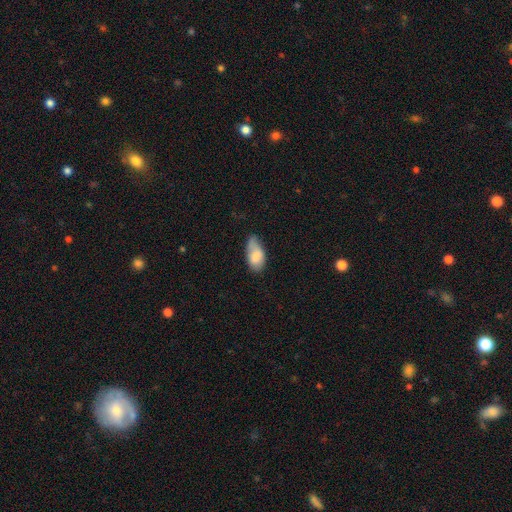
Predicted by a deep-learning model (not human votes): smooth-or-featured: smooth: 80% | featured or disk: 14% | star or artifact: 7%
  how-rounded: in between: 93% | cigar-shaped: 3% | round: 3%
  merging: minor disturbance: 43% | none: 42% | major disturbance: 12% | merger: 3%